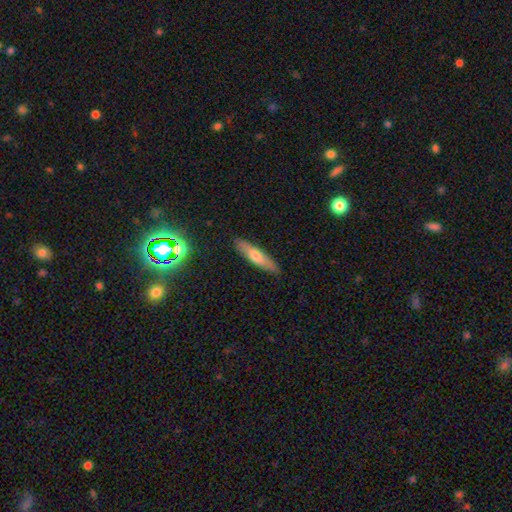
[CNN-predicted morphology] type=smooth (58%); roundness=cigar-shaped (77%); merging=none (86%).